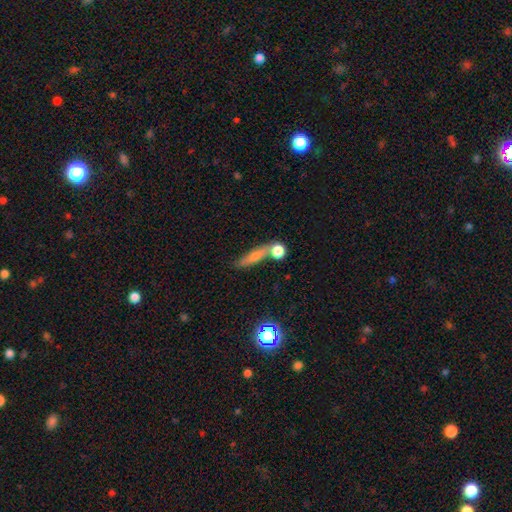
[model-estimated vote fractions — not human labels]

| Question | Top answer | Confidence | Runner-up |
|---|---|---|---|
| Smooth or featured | smooth | 61% | featured or disk (28%) |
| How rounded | cigar-shaped | 67% | in between (23%) |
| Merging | none | 61% | merger (21%) |